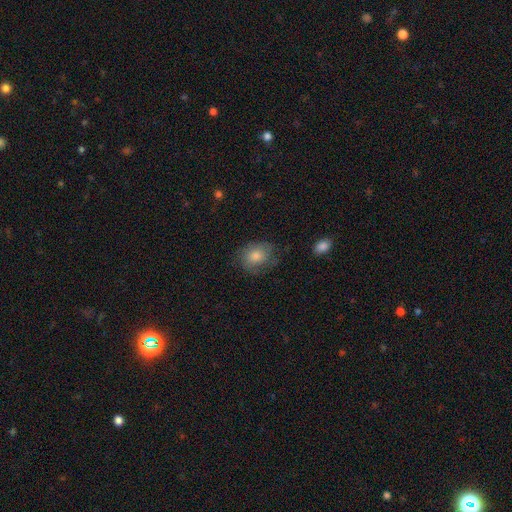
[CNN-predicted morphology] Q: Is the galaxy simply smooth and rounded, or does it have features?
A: smooth — 62%.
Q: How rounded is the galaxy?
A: round — 55%.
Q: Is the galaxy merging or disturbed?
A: none — 68%.